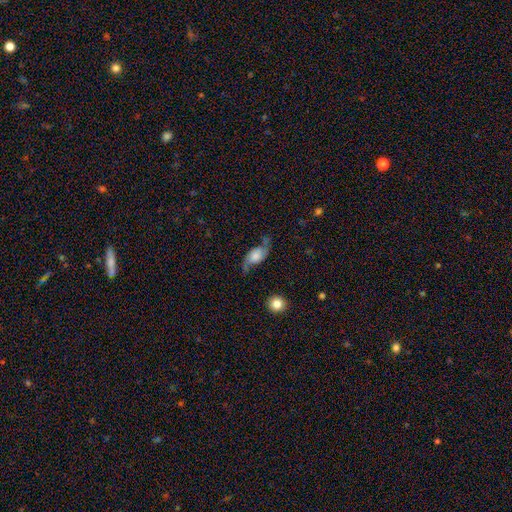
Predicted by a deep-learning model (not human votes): Q: Smooth or featured?
A: featured or disk (56%); runner-up: smooth (35%)
Q: Edge-on disk?
A: no (90%); runner-up: yes (10%)
Q: Bar?
A: no (71%); runner-up: weak (23%)
Q: Spiral arms?
A: yes (87%); runner-up: no (13%)
Q: Bulge size?
A: large (30%); runner-up: moderate (27%)
Q: Merging?
A: none (52%); runner-up: minor disturbance (27%)